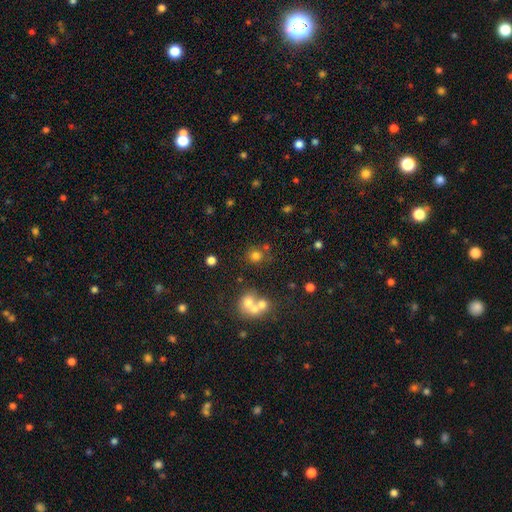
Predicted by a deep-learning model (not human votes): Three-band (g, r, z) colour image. It shows a smooth galaxy with no disk features (73%) that is round (86%). Merging: none (67%).